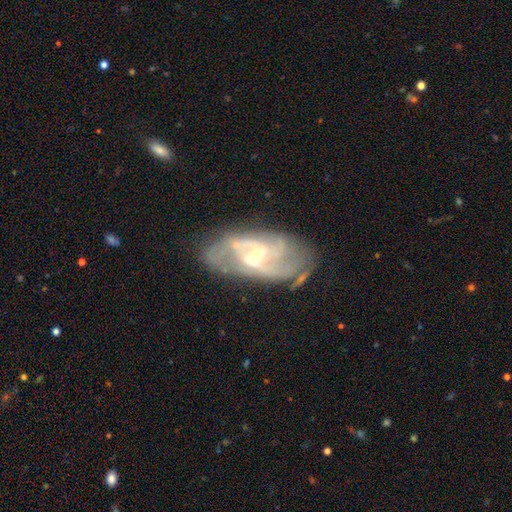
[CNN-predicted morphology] Smooth or featured? Predicted: featured or disk (p=0.84). Edge-on disk? Predicted: no (p=0.94). Bar? Predicted: weak (p=0.47). Spiral arms? Predicted: yes (p=0.91). Spiral winding? Predicted: medium (p=0.47). Spiral arm count? Predicted: 2 (p=0.47). Bulge size? Predicted: small (p=0.67). Merging? Predicted: none (p=0.68).